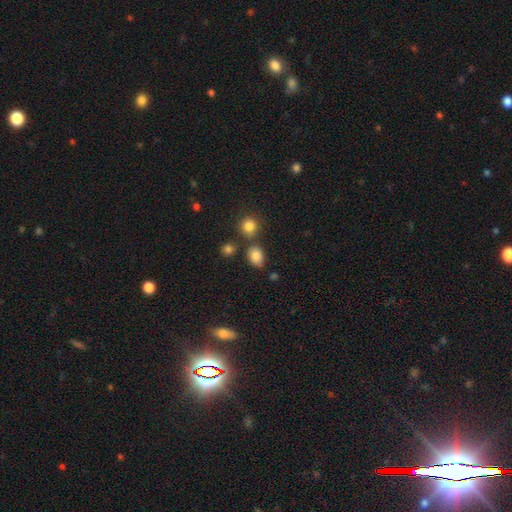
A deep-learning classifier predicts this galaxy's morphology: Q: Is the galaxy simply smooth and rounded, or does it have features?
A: smooth — 83%.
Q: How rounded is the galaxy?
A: in between — 64%.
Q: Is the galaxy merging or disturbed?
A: none — 71%.